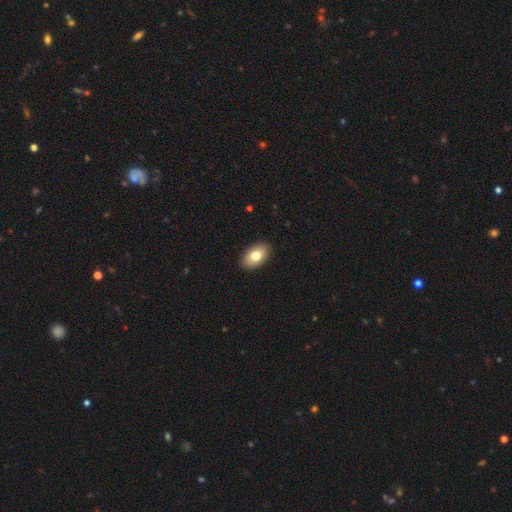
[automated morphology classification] smooth_or_featured: smooth (p=0.78) [alt: featured or disk p=0.15]
how_rounded: in between (p=0.91) [alt: round p=0.07]
merging: none (p=0.90) [alt: minor disturbance p=0.08]